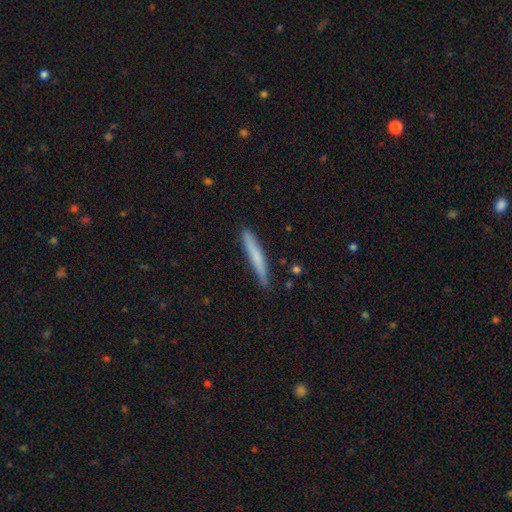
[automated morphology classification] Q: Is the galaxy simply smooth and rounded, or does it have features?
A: smooth — 70%.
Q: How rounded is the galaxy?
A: cigar-shaped — 96%.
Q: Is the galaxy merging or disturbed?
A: none — 85%.